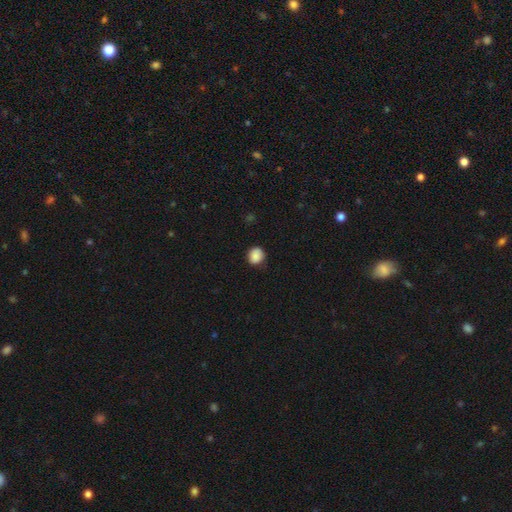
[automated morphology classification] Smooth or featured: smooth — 87% (star or artifact — 9%)
How rounded: round — 81% (in between — 18%)
Merging: none — 81% (minor disturbance — 15%)